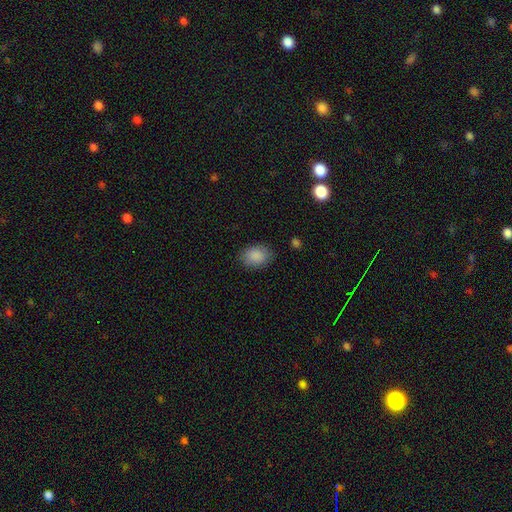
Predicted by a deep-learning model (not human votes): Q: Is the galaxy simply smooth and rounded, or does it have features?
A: smooth — 89%.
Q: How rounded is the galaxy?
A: in between — 75%.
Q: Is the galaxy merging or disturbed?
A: none — 83%.